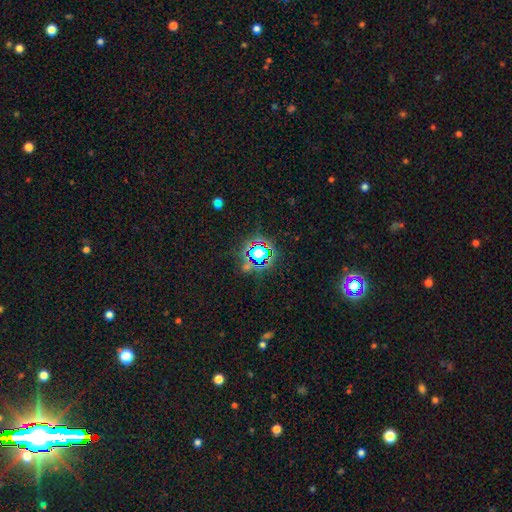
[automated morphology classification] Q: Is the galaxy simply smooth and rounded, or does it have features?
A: star or artifact — 68%.